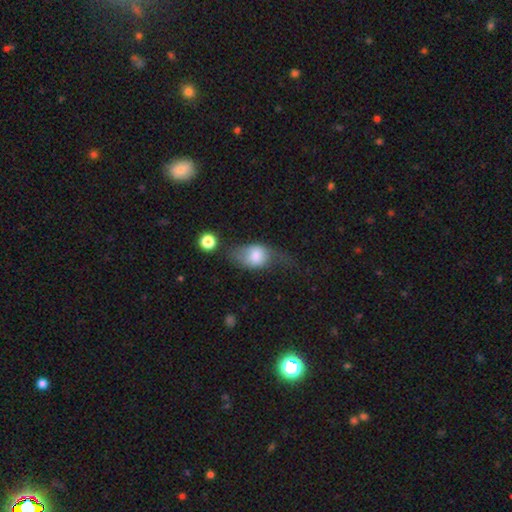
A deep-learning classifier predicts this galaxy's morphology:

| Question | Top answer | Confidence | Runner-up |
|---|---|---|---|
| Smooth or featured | smooth | 71% | featured or disk (20%) |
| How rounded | in between | 73% | round (24%) |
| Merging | major disturbance | 32% | none (31%) |